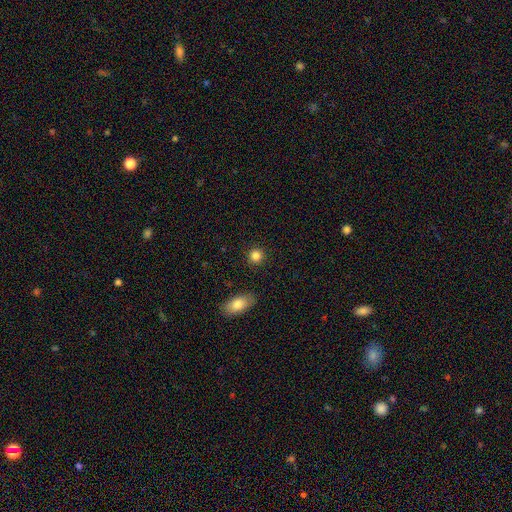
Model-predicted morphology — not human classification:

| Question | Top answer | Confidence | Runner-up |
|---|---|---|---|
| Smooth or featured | smooth | 85% | star or artifact (11%) |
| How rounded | round | 91% | in between (8%) |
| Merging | none | 91% | minor disturbance (5%) |